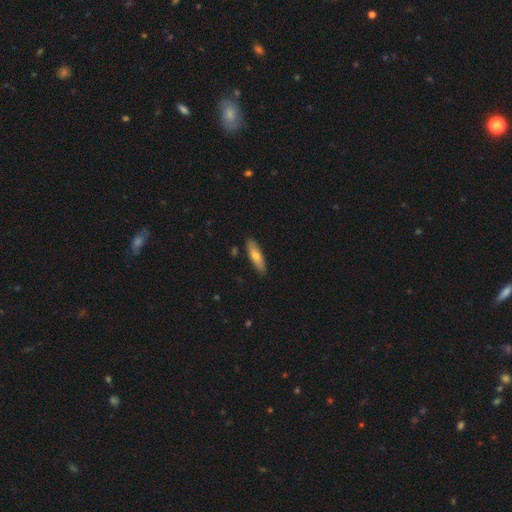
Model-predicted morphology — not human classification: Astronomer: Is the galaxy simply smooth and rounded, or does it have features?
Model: smooth — 66%.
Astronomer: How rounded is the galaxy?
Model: cigar-shaped — 63%.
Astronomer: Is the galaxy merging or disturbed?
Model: none — 88%.